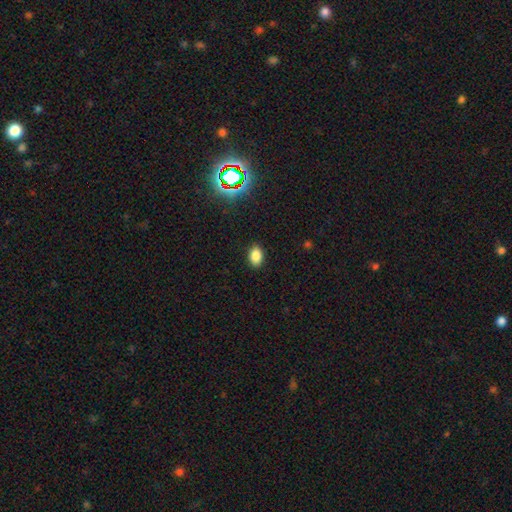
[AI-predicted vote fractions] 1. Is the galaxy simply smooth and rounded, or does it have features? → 84% smooth, 12% star or artifact, 5% featured or disk.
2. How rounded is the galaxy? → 86% in between, 12% round, 1% cigar-shaped.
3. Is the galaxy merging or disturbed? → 89% none, 8% minor disturbance, 2% major disturbance, 1% merger.